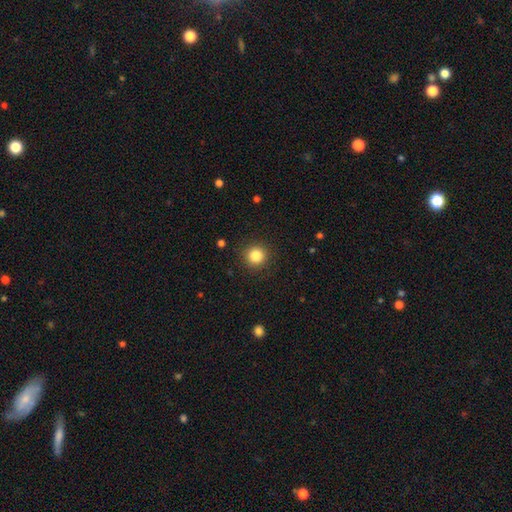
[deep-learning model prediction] This is clearly a smooth galaxy (84%). How rounded: clearly round (94%). Merging: clearly none (90%).